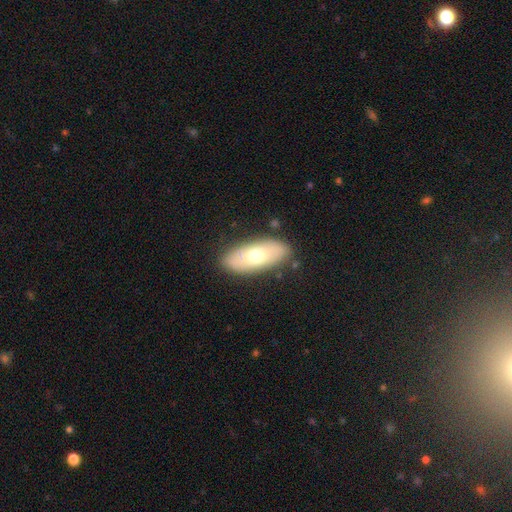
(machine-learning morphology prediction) smooth 67%, featured or disk 27%, star or artifact 6%. Down the decision tree: how rounded — in between (83%); merging — none (85%).